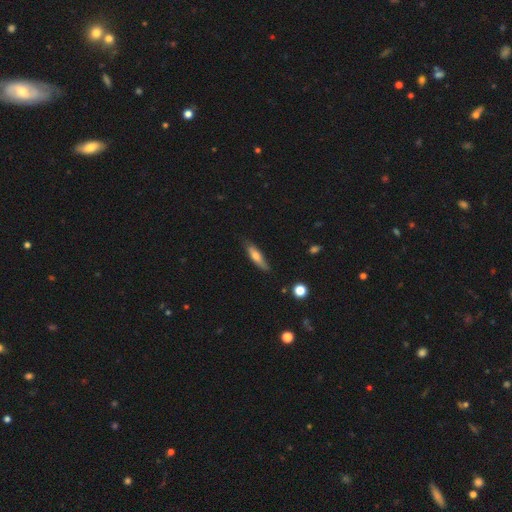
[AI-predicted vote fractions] Smooth or featured? smooth (60%)
How rounded? cigar-shaped (73%)
Merging? none (78%)